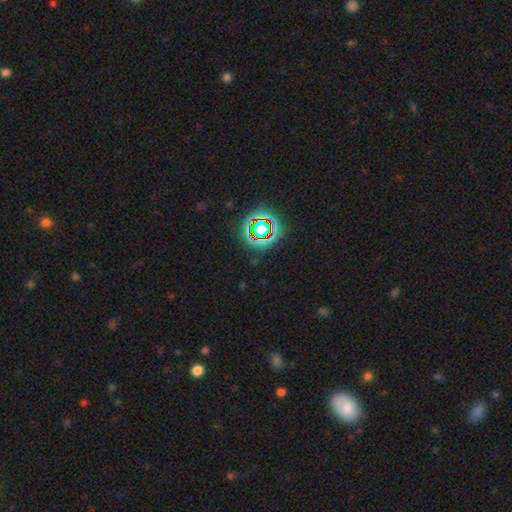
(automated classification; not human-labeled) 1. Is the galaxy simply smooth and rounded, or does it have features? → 69% star or artifact, 17% smooth, 14% featured or disk.